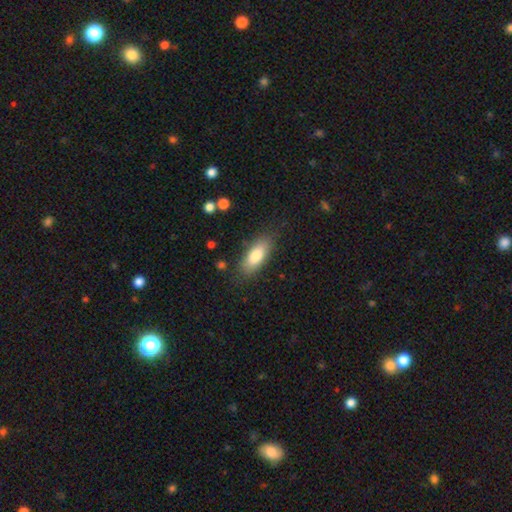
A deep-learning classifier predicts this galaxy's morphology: A smooth galaxy with no disk features (80%) that is in between round and cigar-shaped (78%). Merging: none (82%).